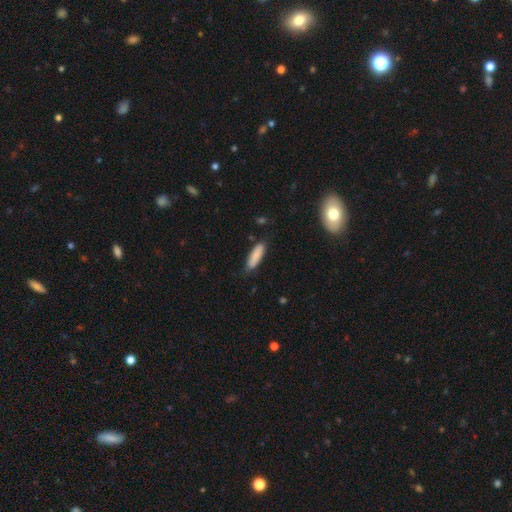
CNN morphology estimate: The model was most divided on "how rounded": cigar-shaped: 62%, in between: 37%, round: 1%. More confident: smooth or featured — smooth (86%); merging — none (80%).